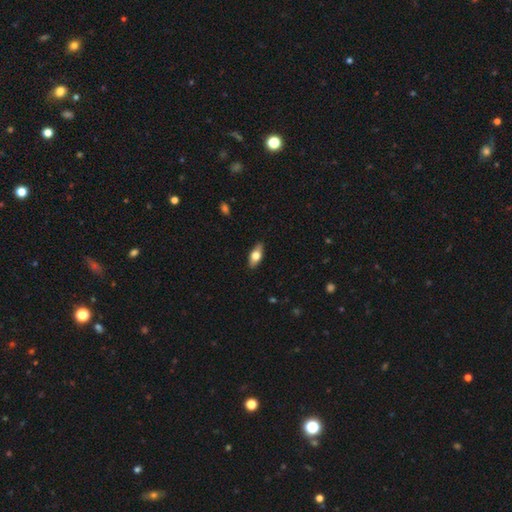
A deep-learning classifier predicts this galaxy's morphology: Q: Smooth or featured?
A: smooth (65%); runner-up: featured or disk (29%)
Q: How rounded?
A: in between (80%); runner-up: cigar-shaped (17%)
Q: Merging?
A: none (87%); runner-up: minor disturbance (10%)